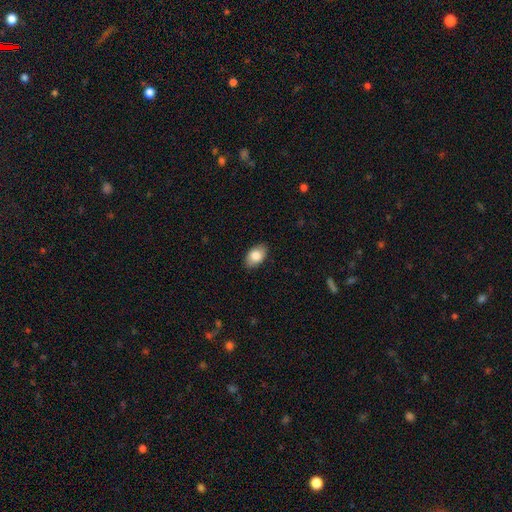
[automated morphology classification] smooth-or-featured: smooth: 83% | featured or disk: 10% | star or artifact: 7%
  how-rounded: in between: 90% | round: 9% | cigar-shaped: 1%
  merging: none: 87% | minor disturbance: 10% | major disturbance: 2% | merger: 1%